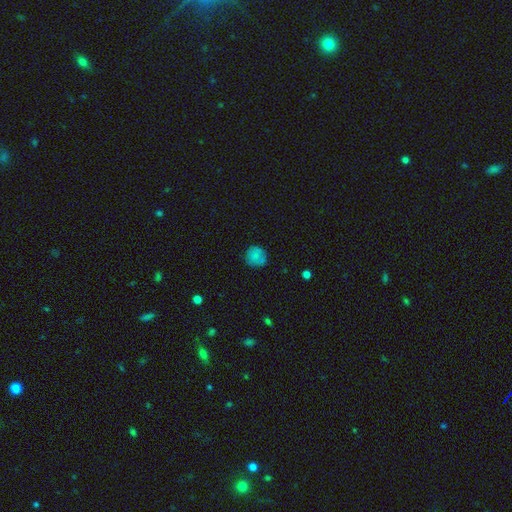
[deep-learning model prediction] This is likely a smooth galaxy (78%). How rounded: clearly round (91%). Merging: likely none (75%).